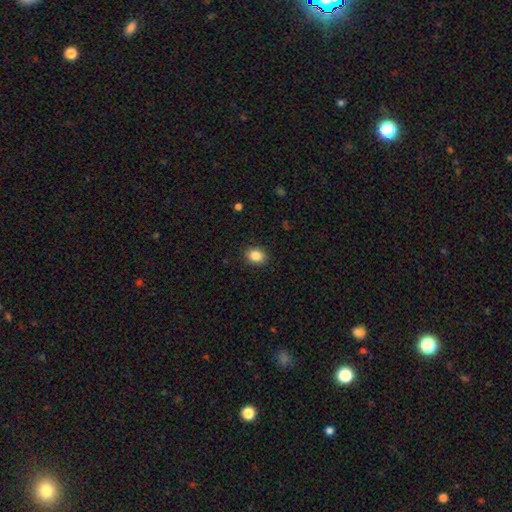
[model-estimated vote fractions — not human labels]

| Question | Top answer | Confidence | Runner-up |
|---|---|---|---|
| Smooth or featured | smooth | 86% | star or artifact (9%) |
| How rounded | in between | 51% | round (48%) |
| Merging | none | 89% | minor disturbance (8%) |